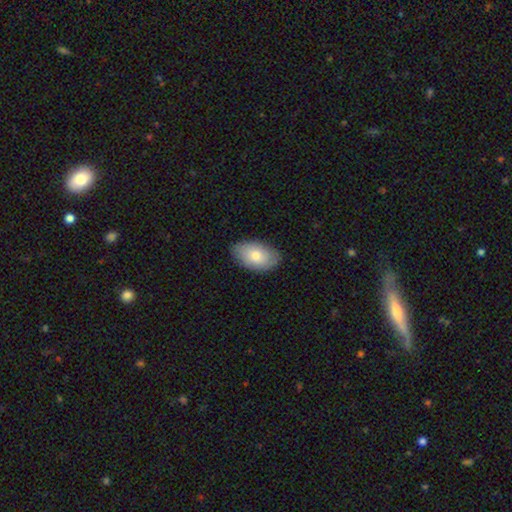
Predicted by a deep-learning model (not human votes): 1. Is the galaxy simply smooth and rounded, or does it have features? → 74% smooth, 20% featured or disk, 6% star or artifact.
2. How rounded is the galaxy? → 92% in between, 6% round, 1% cigar-shaped.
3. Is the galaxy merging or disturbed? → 83% none, 14% minor disturbance, 3% major disturbance, 1% merger.